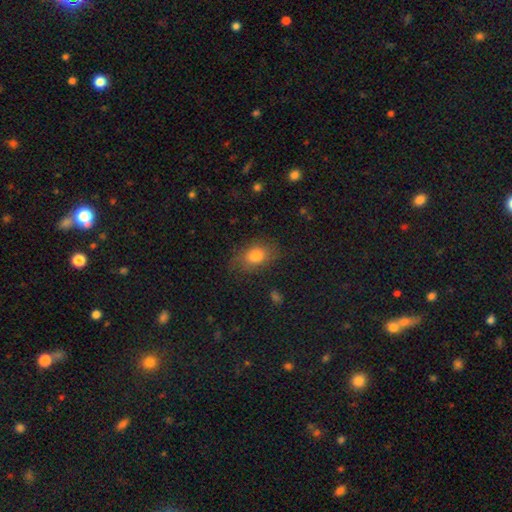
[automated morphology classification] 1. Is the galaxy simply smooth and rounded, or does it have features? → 77% smooth, 14% featured or disk, 9% star or artifact.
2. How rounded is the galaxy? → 77% in between, 22% round, 2% cigar-shaped.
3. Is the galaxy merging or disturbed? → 70% none, 20% minor disturbance, 8% major disturbance, 2% merger.